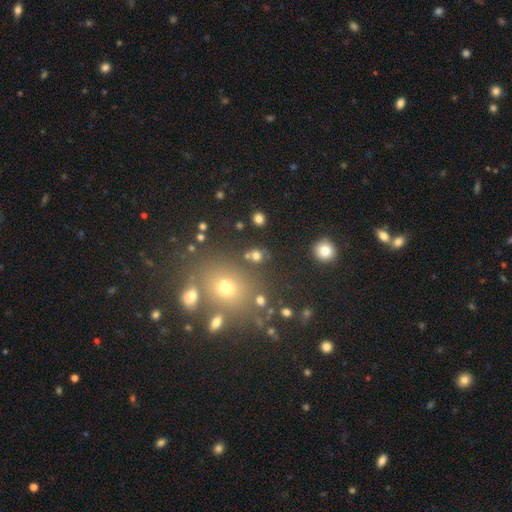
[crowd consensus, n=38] Overall: smooth (82%). How rounded: round (74%). Merging: none (50%; merger 35%).